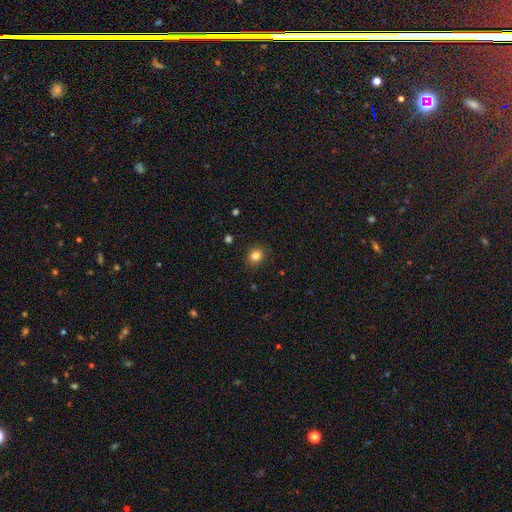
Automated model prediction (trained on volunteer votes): The model was most divided on "how rounded": round: 82%, in between: 18%, cigar-shaped: 1%. More confident: merging — none (89%); smooth or featured — smooth (84%).